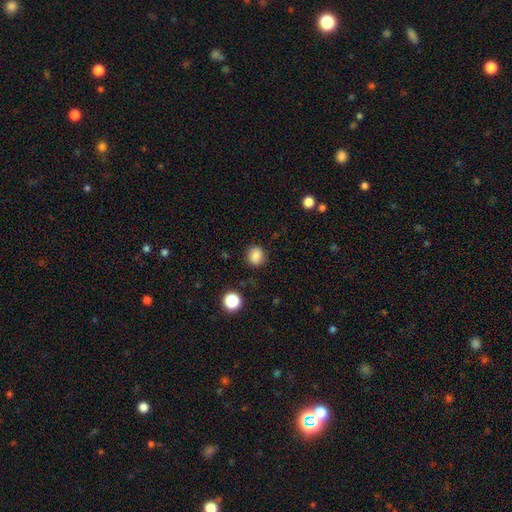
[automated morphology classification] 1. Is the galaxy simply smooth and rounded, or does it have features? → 85% smooth, 11% star or artifact, 4% featured or disk.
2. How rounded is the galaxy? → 75% round, 24% in between, 1% cigar-shaped.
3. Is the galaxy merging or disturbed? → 84% none, 11% minor disturbance, 3% major disturbance, 2% merger.